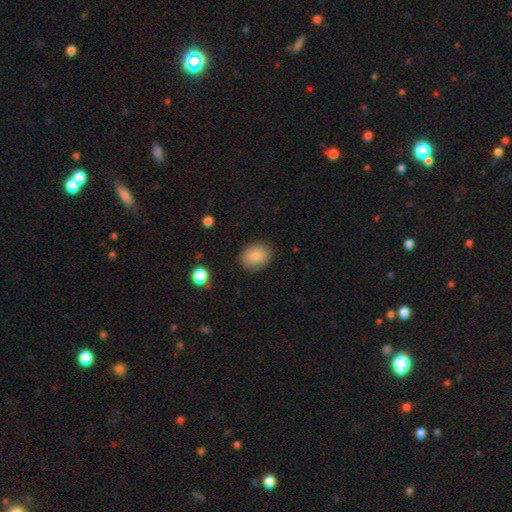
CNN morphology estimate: Overall: smooth (84%). How rounded: round (53%; in between 46%). Merging: none (84%).